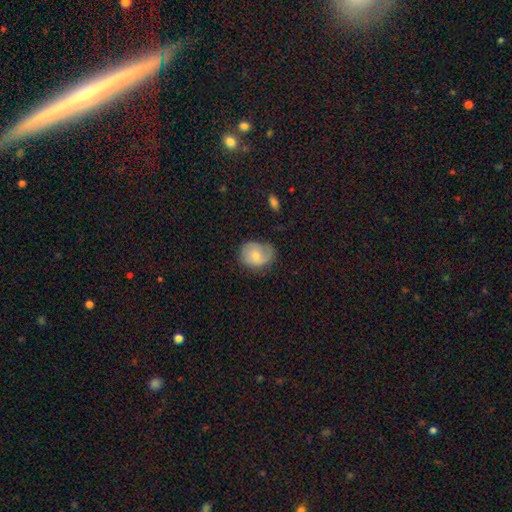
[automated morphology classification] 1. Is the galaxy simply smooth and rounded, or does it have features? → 49% smooth, 44% featured or disk, 7% star or artifact.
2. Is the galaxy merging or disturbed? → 60% none, 28% minor disturbance, 11% major disturbance, 2% merger.